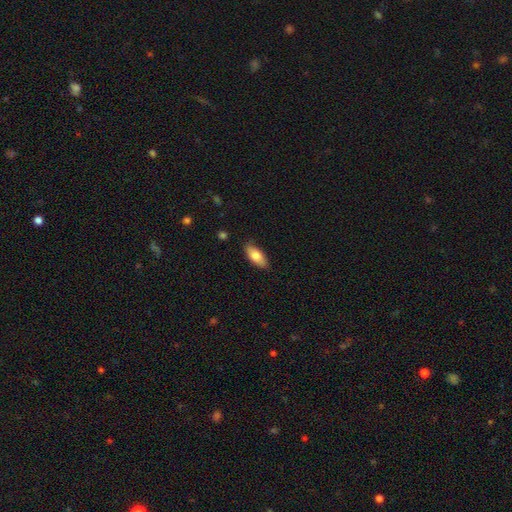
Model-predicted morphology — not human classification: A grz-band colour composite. It shows a smooth galaxy with no disk features (79%) that is in between round and cigar-shaped (85%). Merging: none (84%).